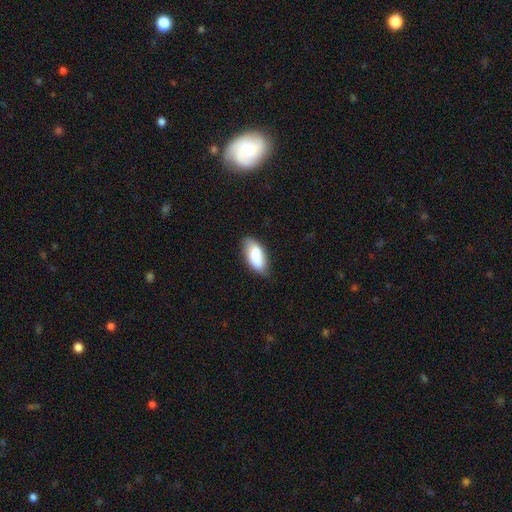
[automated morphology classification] Smooth or featured?
  - smooth: 77% *
  - featured or disk: 17%
  - star or artifact: 6%
How rounded?
  - in between: 89% *
  - cigar-shaped: 8%
  - round: 3%
Merging?
  - none: 69% *
  - minor disturbance: 24%
  - major disturbance: 5%
  - merger: 2%